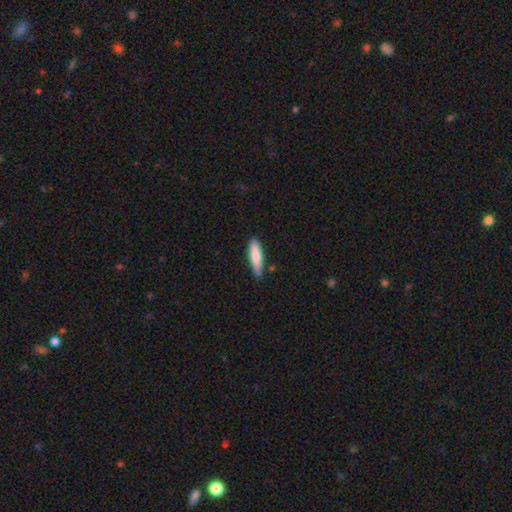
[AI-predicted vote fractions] Morphology: type=smooth (78%); roundness=cigar-shaped (76%); merging=none (81%).